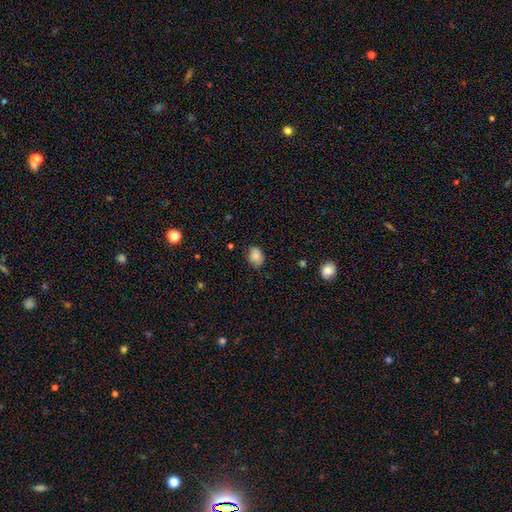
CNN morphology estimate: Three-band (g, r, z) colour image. It shows a smooth galaxy with no disk features (83%) that is in between round and cigar-shaped (62%). Merging: none (70%).